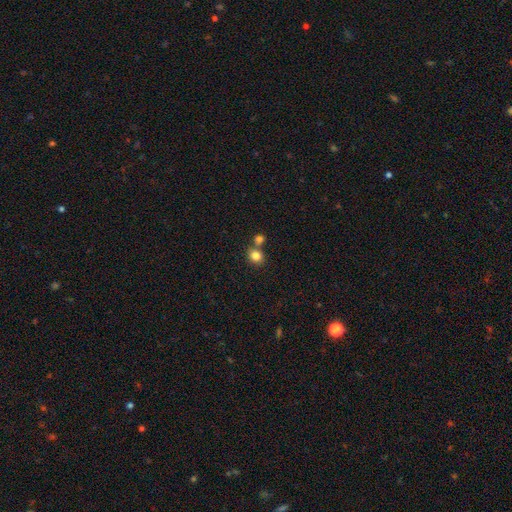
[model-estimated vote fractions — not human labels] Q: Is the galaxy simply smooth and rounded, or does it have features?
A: smooth — 83%.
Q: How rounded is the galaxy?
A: round — 66%.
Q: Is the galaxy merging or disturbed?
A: none — 61%.